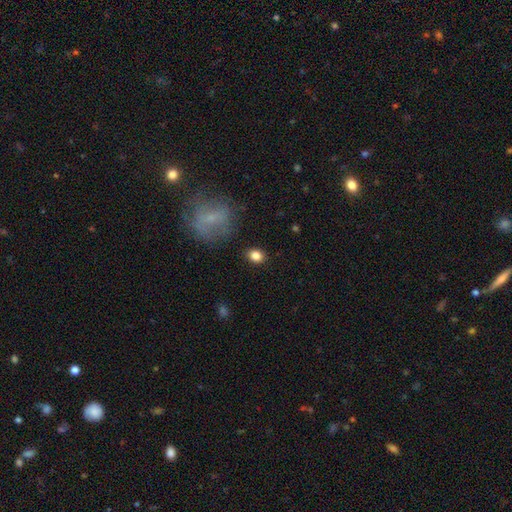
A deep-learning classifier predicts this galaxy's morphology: smooth_or_featured: smooth (p=0.84) [alt: star or artifact p=0.10]
how_rounded: in between (p=0.52) [alt: round p=0.47]
merging: none (p=0.88) [alt: minor disturbance p=0.08]